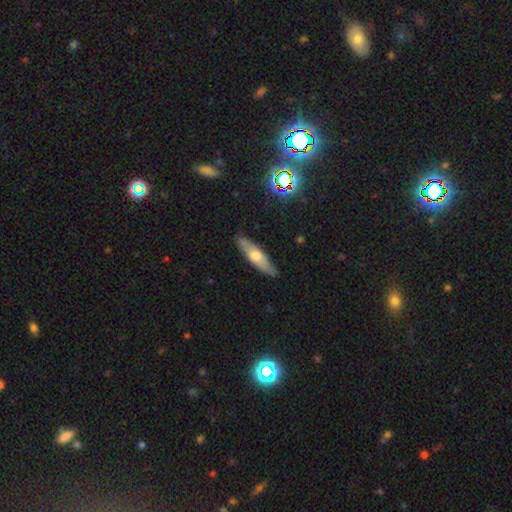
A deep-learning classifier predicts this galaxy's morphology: Smooth or featured: smooth — 49% (featured or disk — 44%)
Merging: none — 86% (minor disturbance — 11%)